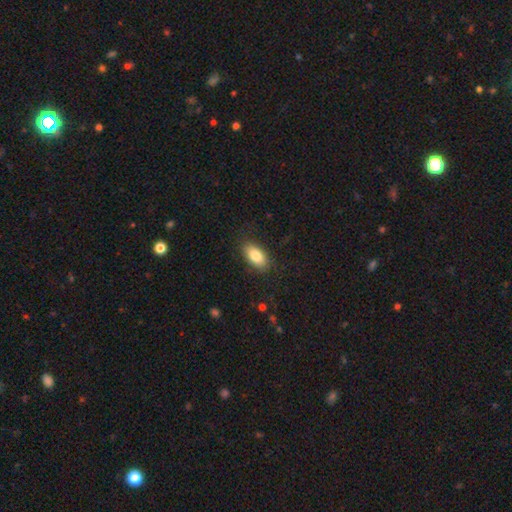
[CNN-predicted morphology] smooth-or-featured: smooth: 84% | featured or disk: 9% | star or artifact: 7%
  how-rounded: in between: 91% | cigar-shaped: 4% | round: 4%
  merging: none: 84% | minor disturbance: 12% | major disturbance: 3% | merger: 1%